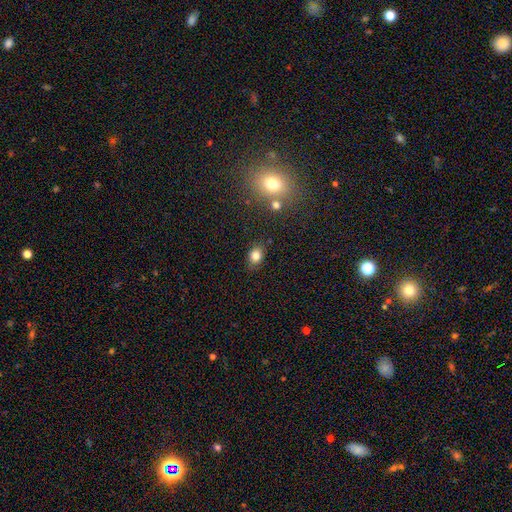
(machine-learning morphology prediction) smooth-or-featured: smooth: 81% | star or artifact: 11% | featured or disk: 7%
  how-rounded: in between: 68% | round: 31% | cigar-shaped: 1%
  merging: none: 80% | minor disturbance: 14% | major disturbance: 3% | merger: 3%